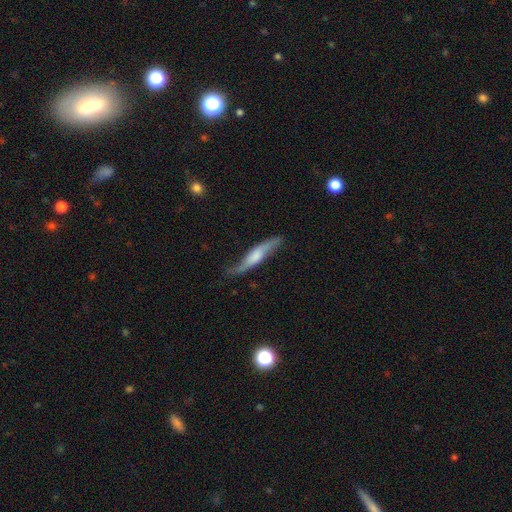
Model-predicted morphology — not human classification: Smooth or featured? Predicted: featured or disk (p=0.55). Edge-on disk? Predicted: yes (p=0.58). Merging? Predicted: none (p=0.61).